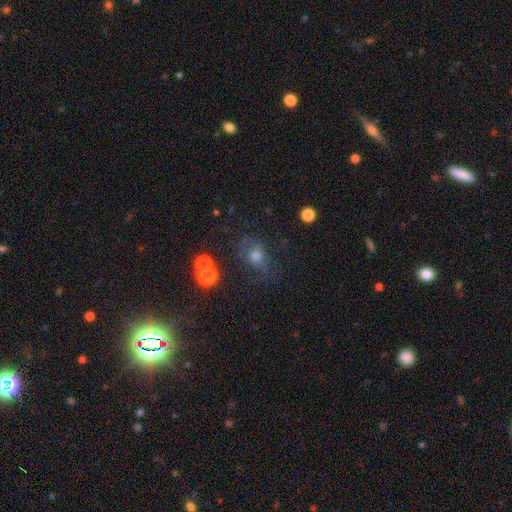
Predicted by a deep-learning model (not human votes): Smooth or featured? smooth (51%)
How rounded? round (50%)
Merging? none (56%)